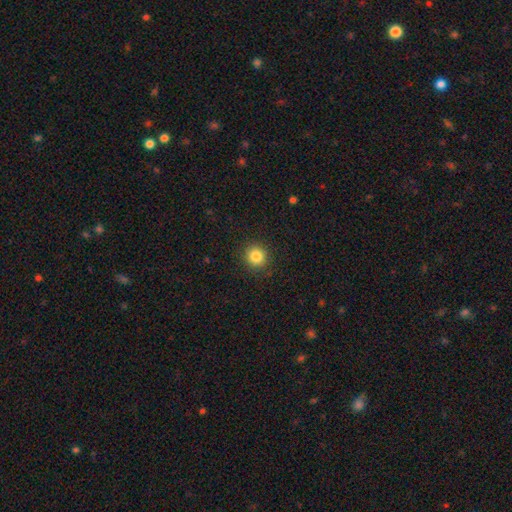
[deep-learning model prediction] This appears to be a smooth galaxy with no disk features (84%) that is round (92%). Merging: none (91%).